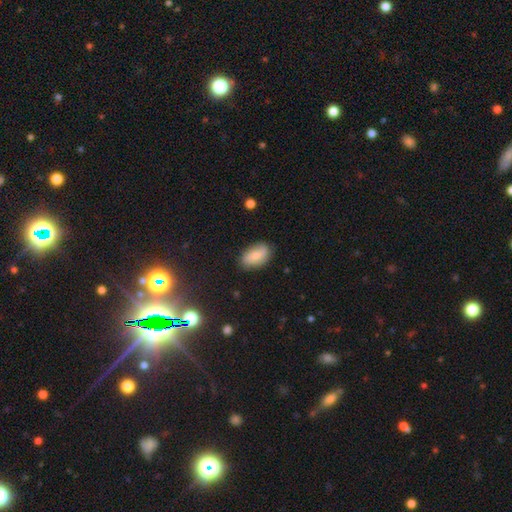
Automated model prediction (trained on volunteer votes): This is likely a smooth galaxy (69%). How rounded: clearly in between (92%). Merging: likely none (80%).